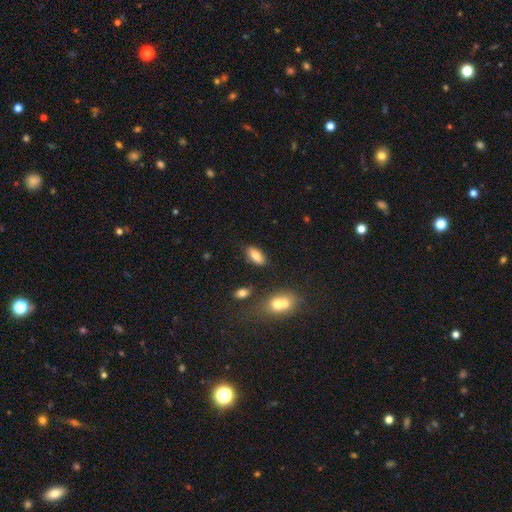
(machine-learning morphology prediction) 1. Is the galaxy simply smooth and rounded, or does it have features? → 82% smooth, 10% featured or disk, 8% star or artifact.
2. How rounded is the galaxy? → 84% in between, 13% cigar-shaped, 3% round.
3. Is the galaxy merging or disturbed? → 82% none, 11% minor disturbance, 4% merger, 3% major disturbance.